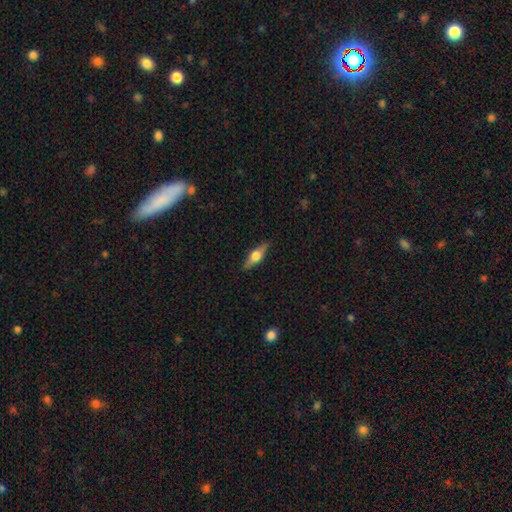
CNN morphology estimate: Smooth or featured? Predicted: featured or disk (p=0.54). Edge-on disk? Predicted: yes (p=0.93). Edge-on bulge? Predicted: rounded (p=0.94). Merging? Predicted: none (p=0.87).